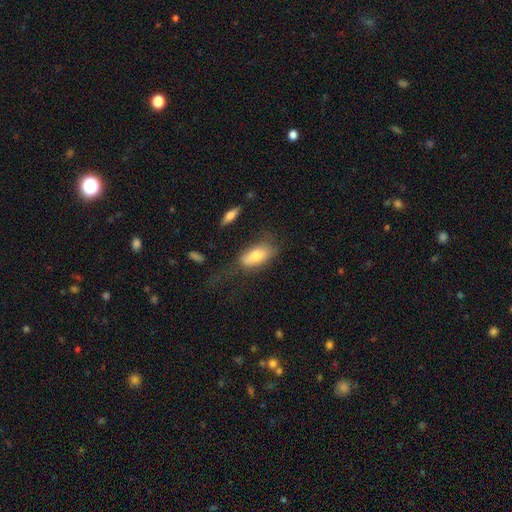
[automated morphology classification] This is likely a smooth galaxy (76%). How rounded: clearly in between (90%). Merging: possibly none (47%).